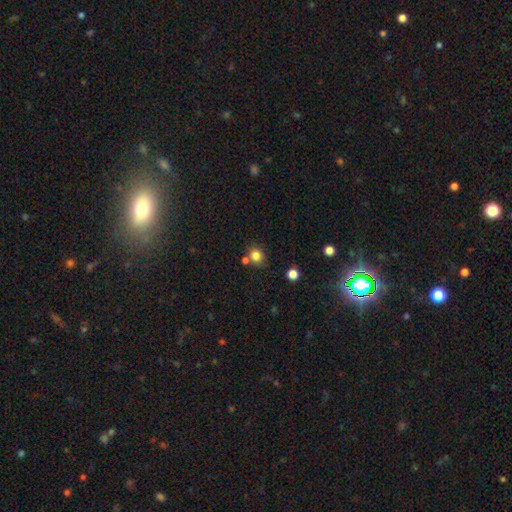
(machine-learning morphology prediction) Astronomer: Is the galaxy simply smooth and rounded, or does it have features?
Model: smooth — 82%.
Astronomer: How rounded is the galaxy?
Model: round — 74%.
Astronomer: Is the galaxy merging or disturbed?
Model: none — 67%.